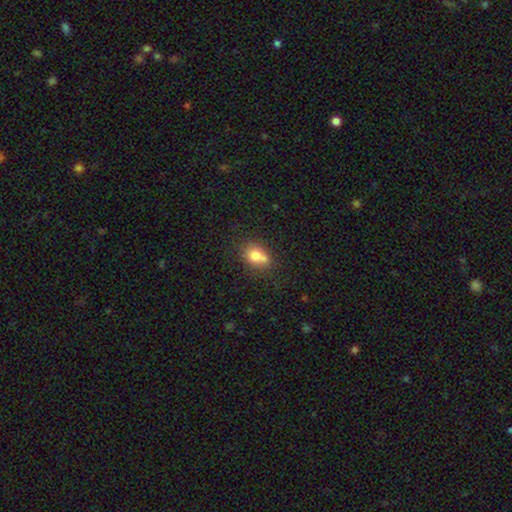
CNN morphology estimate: type=smooth (74%); roundness=round (55%); merging=none (45%).